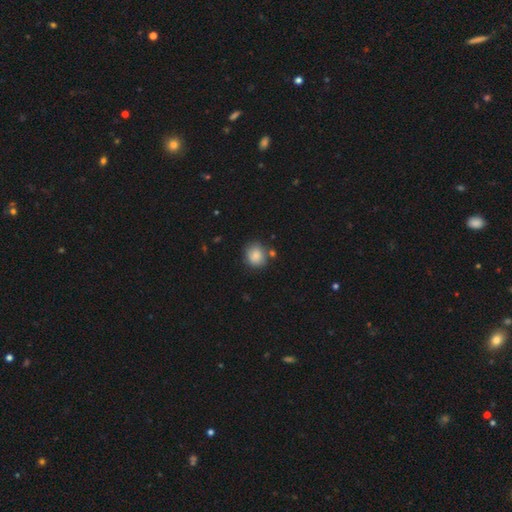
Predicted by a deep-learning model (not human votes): smooth_or_featured: smooth (p=0.86) [alt: star or artifact p=0.08]
how_rounded: round (p=0.77) [alt: in between p=0.22]
merging: none (p=0.74) [alt: minor disturbance p=0.15]